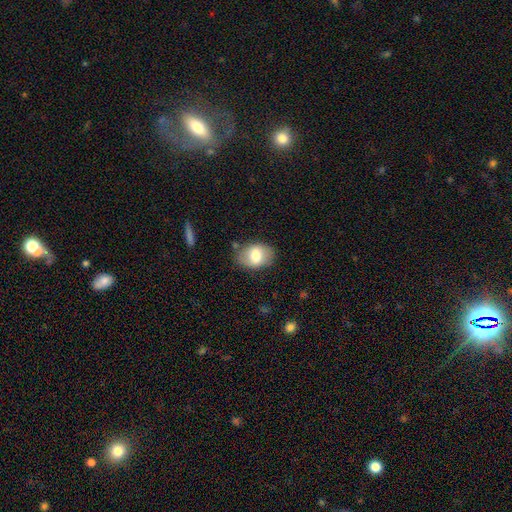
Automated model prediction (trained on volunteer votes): Overall: smooth (70%). How rounded: in between (79%). Merging: none (77%).